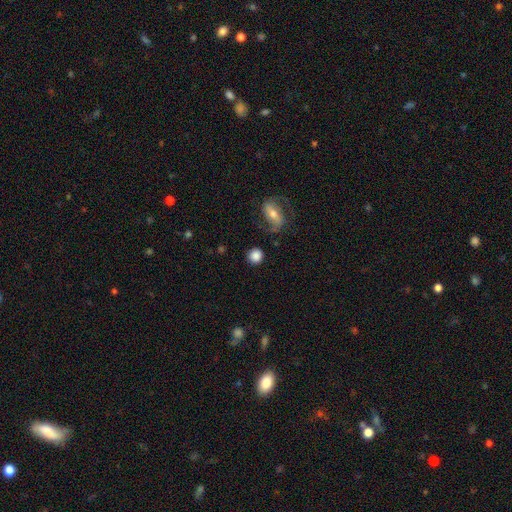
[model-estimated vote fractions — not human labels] This is clearly a smooth galaxy (83%). How rounded: clearly round (90%). Merging: clearly none (82%).